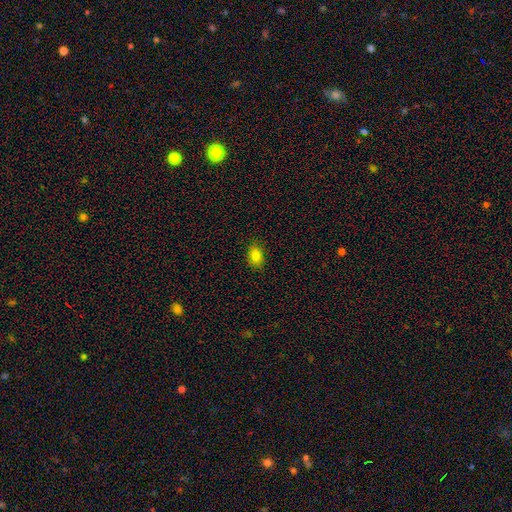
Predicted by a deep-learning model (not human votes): Smooth or featured: smooth — 84% (star or artifact — 11%)
How rounded: in between — 85% (round — 13%)
Merging: none — 85% (minor disturbance — 12%)